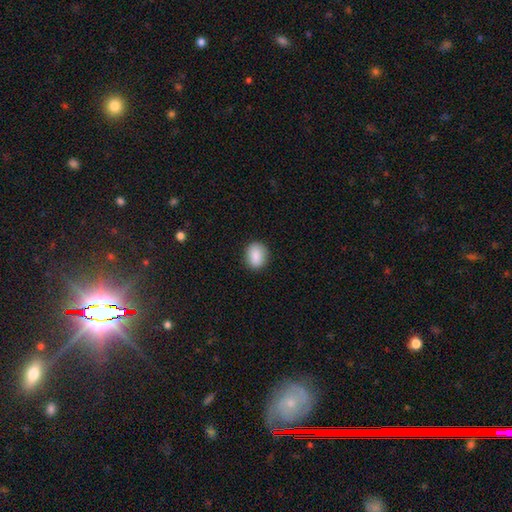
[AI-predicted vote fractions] This appears to be a smooth galaxy with no disk features (88%) that is round (53%). Merging: none (86%).